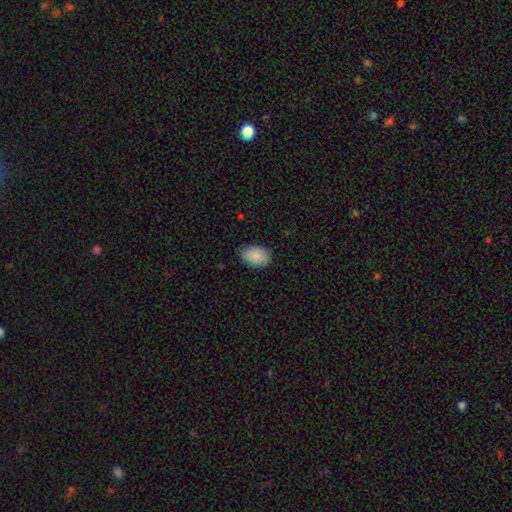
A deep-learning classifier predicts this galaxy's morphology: Overall: smooth (88%). How rounded: in between (86%). Merging: none (77%).